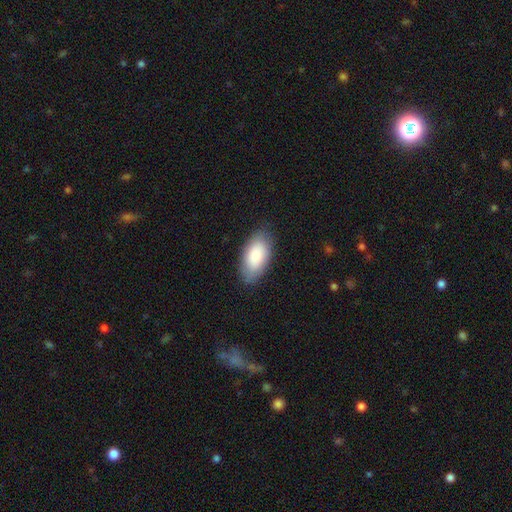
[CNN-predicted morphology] This appears to be a smooth galaxy with no disk features (82%) that is in between round and cigar-shaped (94%). Merging: none (82%).